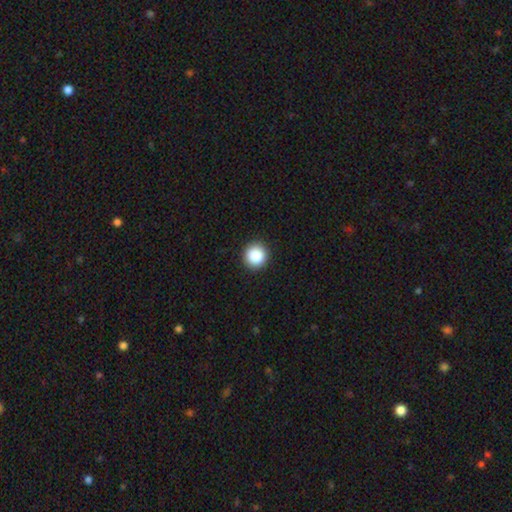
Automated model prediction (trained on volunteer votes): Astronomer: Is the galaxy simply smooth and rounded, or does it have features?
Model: smooth — 88%.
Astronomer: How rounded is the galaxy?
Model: round — 96%.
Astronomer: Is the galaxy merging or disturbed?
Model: none — 93%.